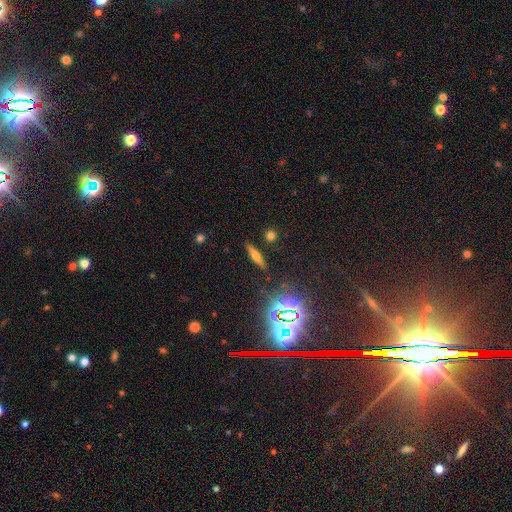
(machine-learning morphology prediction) This is marginally a smooth galaxy (41%, tied with featured or disk). Merging: clearly none (87%).